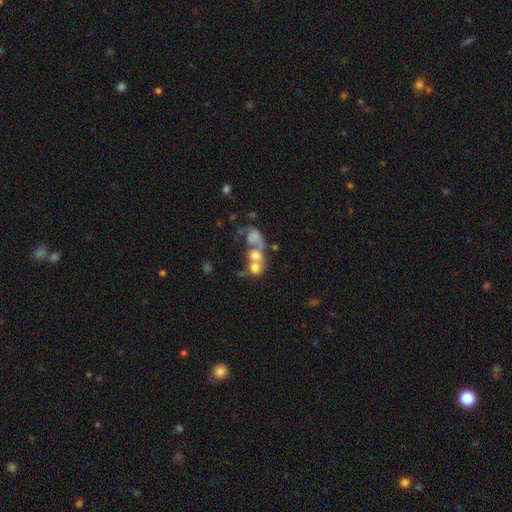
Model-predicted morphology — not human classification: Q: Smooth or featured?
A: smooth (50%); runner-up: featured or disk (35%)
Q: How rounded?
A: round (54%); runner-up: in between (44%)
Q: Merging?
A: merger (65%); runner-up: none (16%)